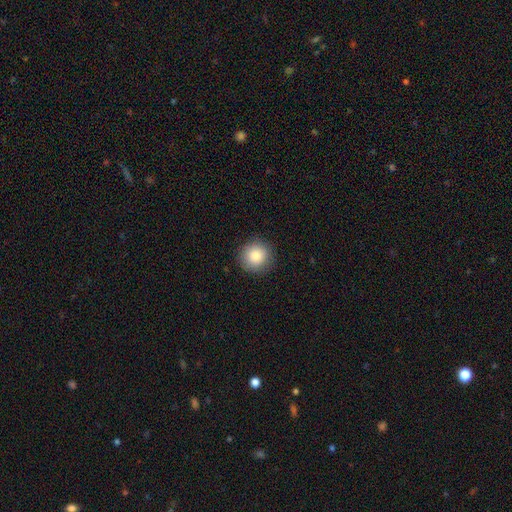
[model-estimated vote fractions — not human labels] This appears to be a smooth galaxy with no disk features (86%) that is round (94%). Merging: none (90%).